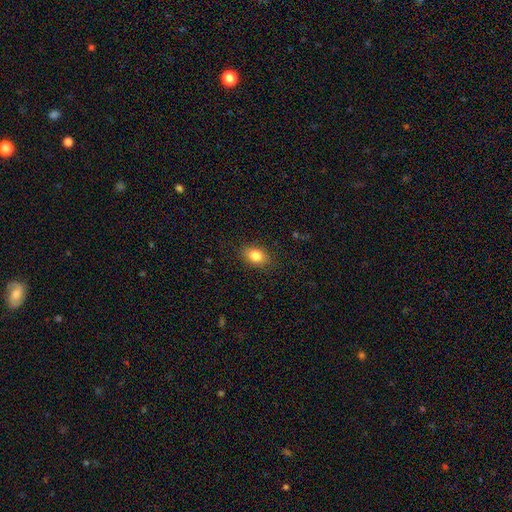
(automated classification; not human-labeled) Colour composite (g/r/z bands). It shows a smooth galaxy with no disk features (82%) that is in between round and cigar-shaped (78%). Merging: none (87%).